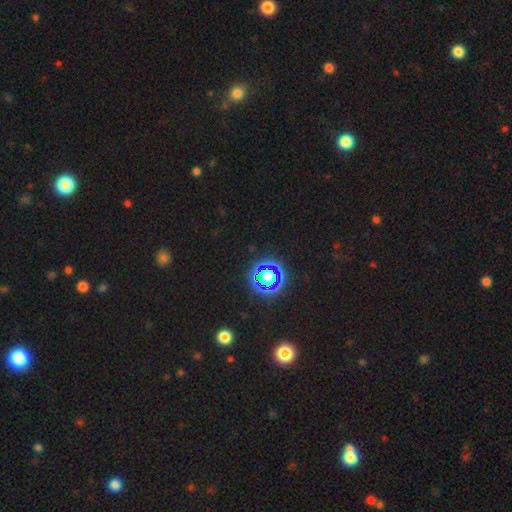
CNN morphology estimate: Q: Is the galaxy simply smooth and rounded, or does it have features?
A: star or artifact — 75%.